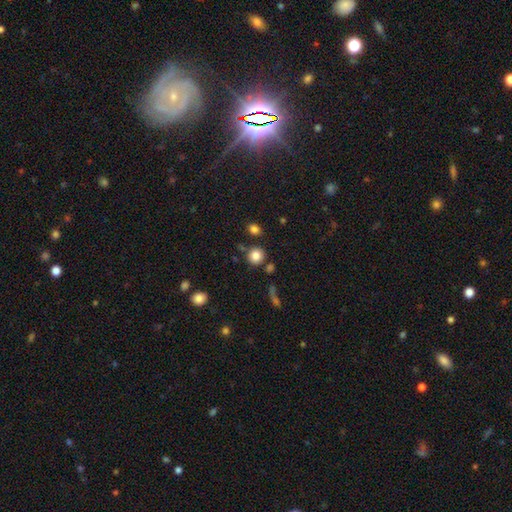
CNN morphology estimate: A smooth galaxy with no disk features (84%) that is round (88%).

Vote fractions:
- Smooth or featured? smooth: 84% / star or artifact: 10% / featured or disk: 6%
- How rounded? round: 88% / in between: 11% / cigar-shaped: 1%
- Merging? none: 81% / minor disturbance: 8% / merger: 8% / major disturbance: 3%